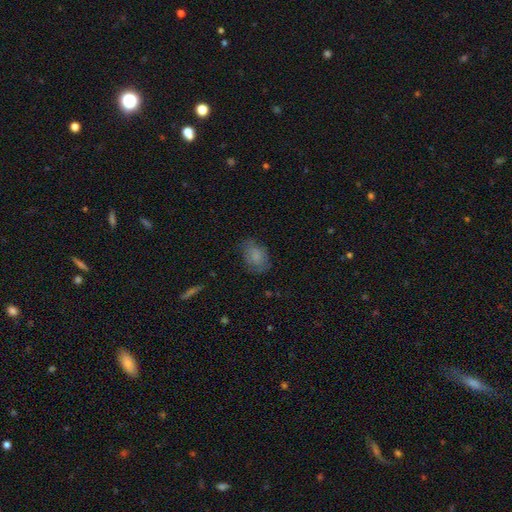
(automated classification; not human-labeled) Smooth or featured? smooth (69%)
How rounded? in between (75%)
Merging? none (62%)